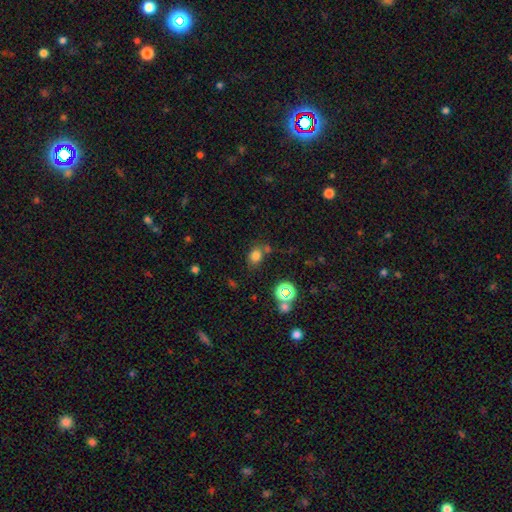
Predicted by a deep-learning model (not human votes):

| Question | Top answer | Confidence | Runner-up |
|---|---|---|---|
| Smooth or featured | smooth | 75% | star or artifact (18%) |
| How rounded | round | 53% | in between (46%) |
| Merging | none | 65% | minor disturbance (15%) |